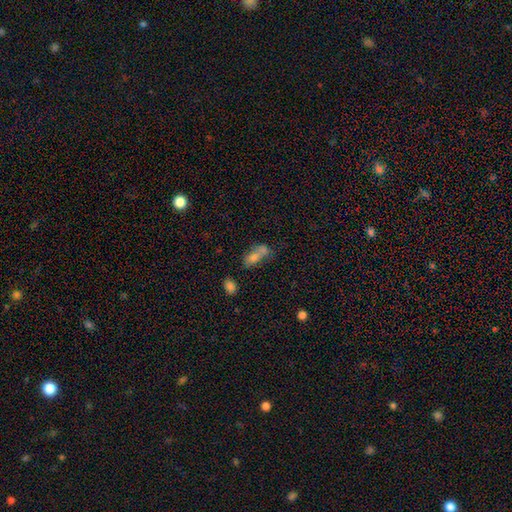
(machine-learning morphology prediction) A smooth galaxy with no disk features (66%) that is in between round and cigar-shaped (77%).

Vote fractions:
- Smooth or featured? smooth: 66% / featured or disk: 22% / star or artifact: 12%
- How rounded? in between: 77% / cigar-shaped: 14% / round: 10%
- Merging? merger: 44% / none: 31% / minor disturbance: 15% / major disturbance: 10%